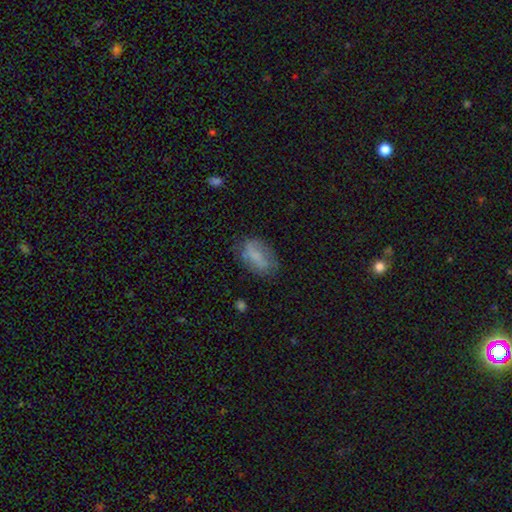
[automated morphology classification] Overall: smooth (68%). How rounded: in between (88%). Merging: none (64%).